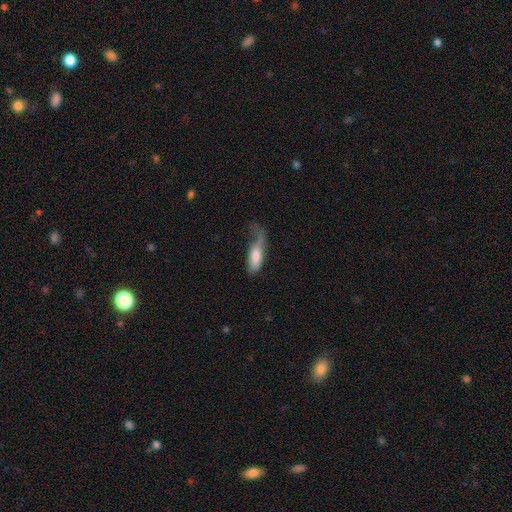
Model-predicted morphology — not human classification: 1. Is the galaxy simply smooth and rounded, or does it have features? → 66% smooth, 27% featured or disk, 7% star or artifact.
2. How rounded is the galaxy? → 58% in between, 39% cigar-shaped, 3% round.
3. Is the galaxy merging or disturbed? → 51% major disturbance, 24% minor disturbance, 21% none, 5% merger.